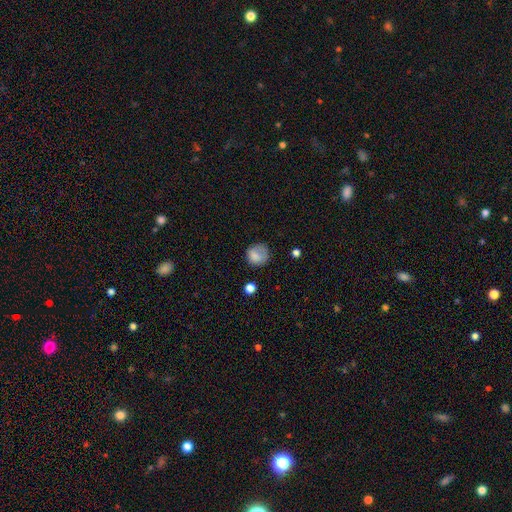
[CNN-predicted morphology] Smooth or featured? smooth (81%)
How rounded? round (81%)
Merging? none (65%)